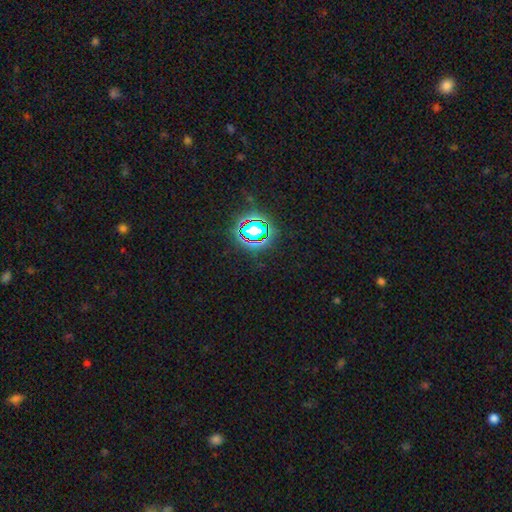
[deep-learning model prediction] Smooth or featured? star or artifact (78%)